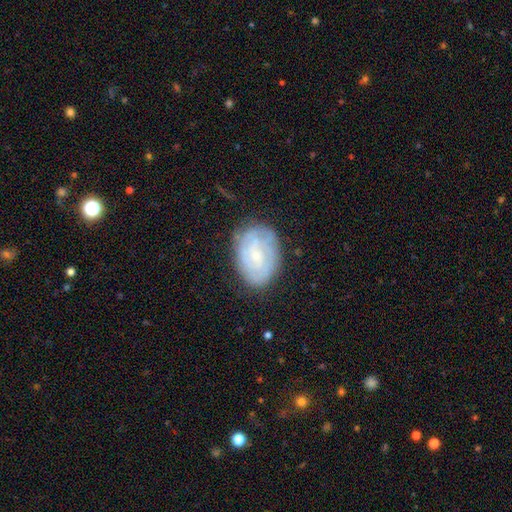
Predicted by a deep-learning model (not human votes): This is likely a featured or disk galaxy (62%). It is clearly not viewed edge-on (97%). Bar: possibly no (55%). Spiral arm pattern: likely yes (77%). Central bulge: likely small (63%). Merging: likely none (74%).